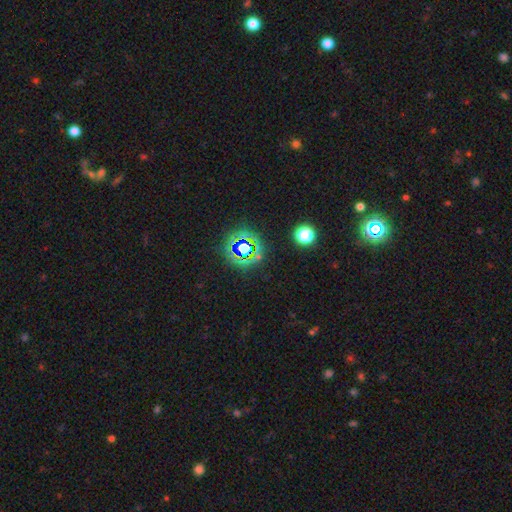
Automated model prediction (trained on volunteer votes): Morphology: type=star or artifact (73%).